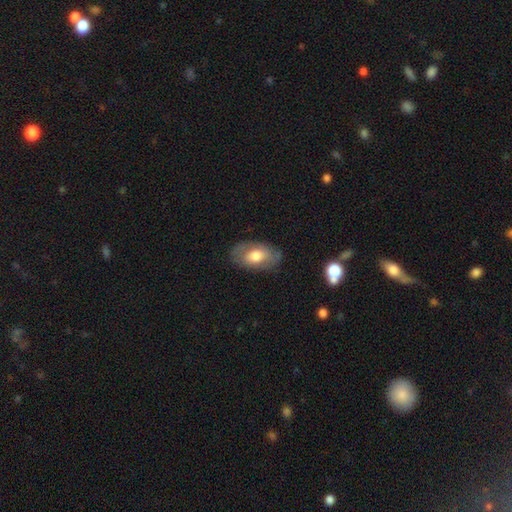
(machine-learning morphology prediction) Smooth or featured?
  - smooth: 61% *
  - featured or disk: 32%
  - star or artifact: 7%
How rounded?
  - in between: 91% *
  - round: 7%
  - cigar-shaped: 2%
Merging?
  - none: 76% *
  - minor disturbance: 17%
  - major disturbance: 6%
  - merger: 1%